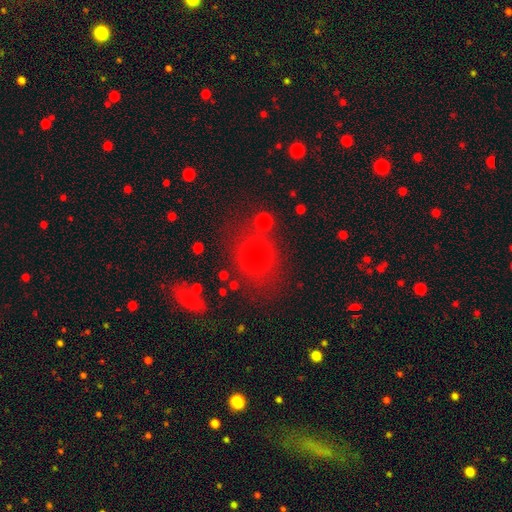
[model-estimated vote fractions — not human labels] Smooth or featured? smooth (76%)
How rounded? round (86%)
Merging? none (73%)